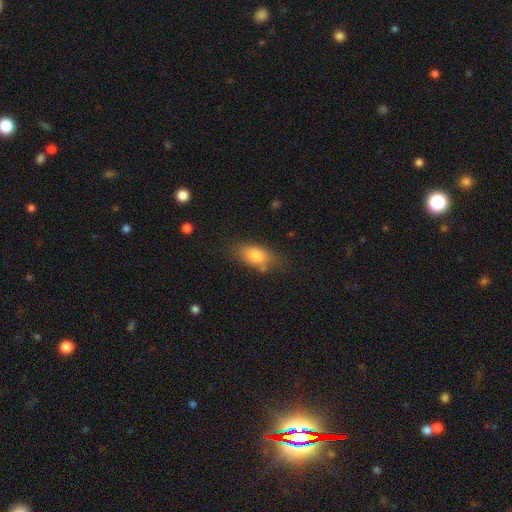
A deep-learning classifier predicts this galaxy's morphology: Overall: smooth (80%). How rounded: in between (85%). Merging: none (68%).